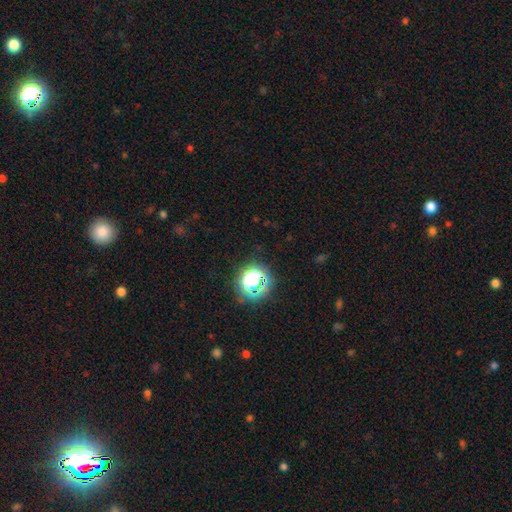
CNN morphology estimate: Overall: star or artifact (74%).